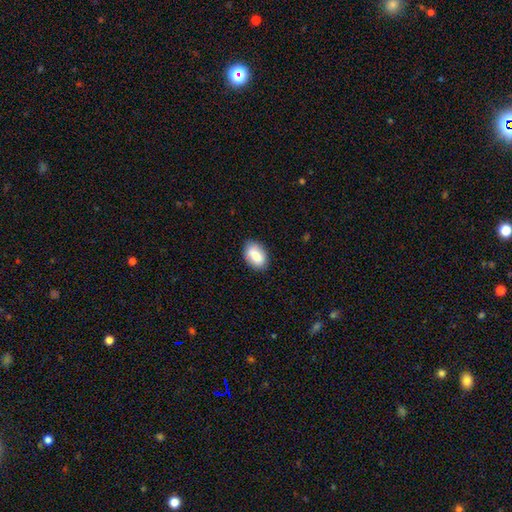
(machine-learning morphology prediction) Smooth or featured: smooth — 83% (featured or disk — 10%)
How rounded: in between — 90% (round — 8%)
Merging: none — 81% (minor disturbance — 15%)